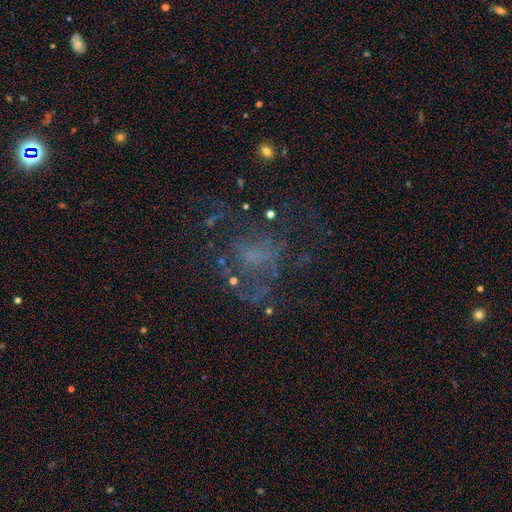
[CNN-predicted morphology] The model was most divided on "merging": none: 44%, major disturbance: 36%, minor disturbance: 16%, merger: 4%. More confident: edge-on disk — no (97%); bar — no (72%); spiral arms — no (57%); smooth or featured — featured or disk (55%); bulge size — none (51%).